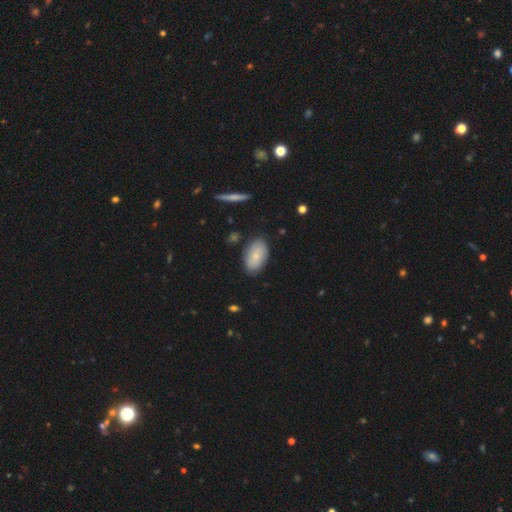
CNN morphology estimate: Overall: smooth (72%). How rounded: in between (93%). Merging: none (79%).